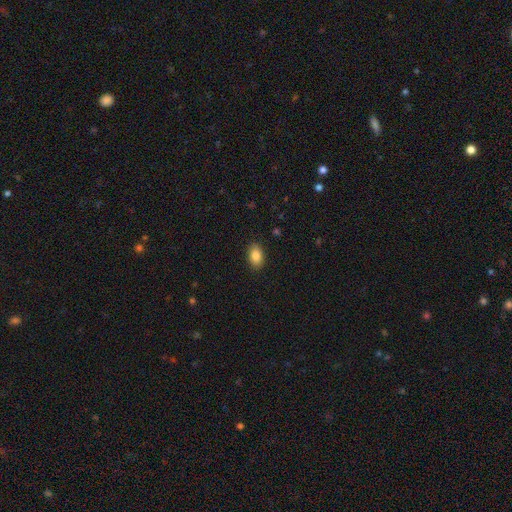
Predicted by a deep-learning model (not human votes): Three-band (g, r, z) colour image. It shows a smooth galaxy with no disk features (87%) that is in between round and cigar-shaped (89%). Merging: none (89%).